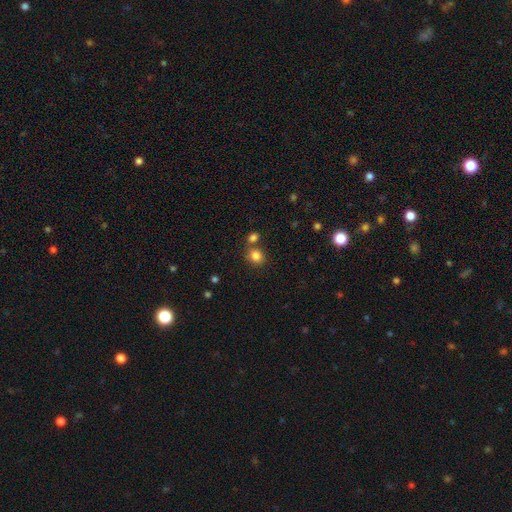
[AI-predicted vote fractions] The model was most divided on "how rounded": round: 67%, in between: 32%, cigar-shaped: 1%. More confident: smooth or featured — smooth (83%); merging — none (65%).